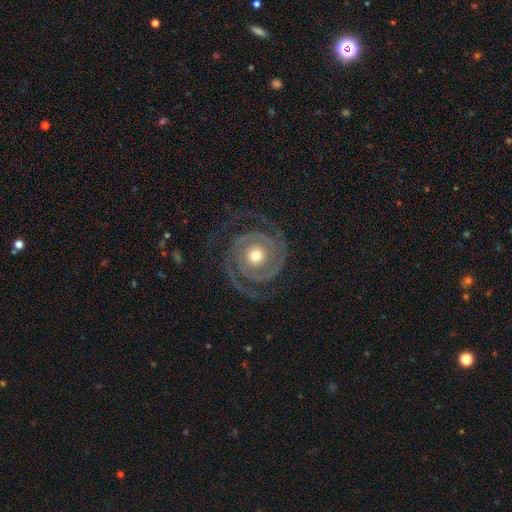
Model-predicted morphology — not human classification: Smooth or featured?
  - featured or disk: 90% *
  - smooth: 6%
  - star or artifact: 4%
Edge-on disk?
  - no: 98% *
  - yes: 2%
Bar?
  - no: 80% *
  - weak: 14%
  - strong: 6%
Spiral arms?
  - yes: 97% *
  - no: 3%
Spiral winding?
  - tight: 66% *
  - medium: 27%
  - loose: 8%
Spiral arm count?
  - 2: 79% *
  - 3: 6%
  - can't tell: 5%
  - 1: 4%
  - 4: 3%
  - more than 4: 3%
Bulge size?
  - moderate: 69% *
  - small: 21%
  - large: 7%
  - dominant: 1%
  - none: 1%
Merging?
  - none: 77% *
  - minor disturbance: 12%
  - major disturbance: 10%
  - merger: 1%